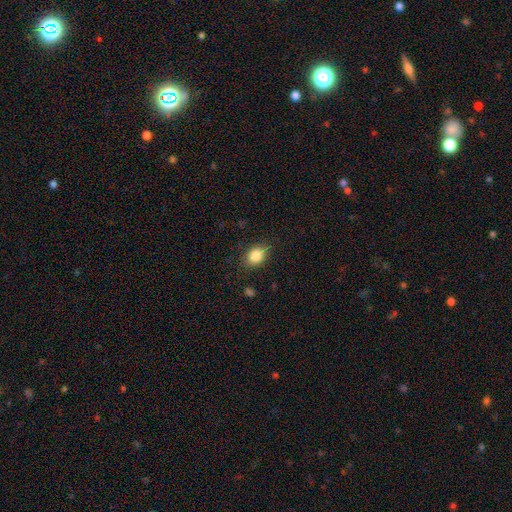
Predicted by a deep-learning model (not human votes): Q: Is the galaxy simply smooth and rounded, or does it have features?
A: smooth — 84%.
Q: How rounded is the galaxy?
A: in between — 74%.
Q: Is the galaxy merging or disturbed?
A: none — 82%.